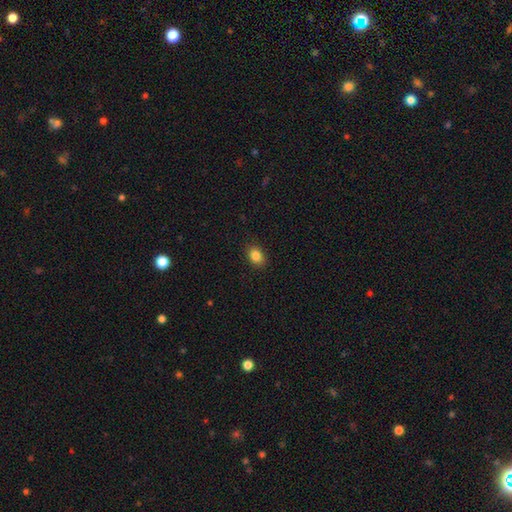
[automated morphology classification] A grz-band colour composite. It shows a smooth galaxy with no disk features (85%) that is in between round and cigar-shaped (67%). Merging: none (89%).